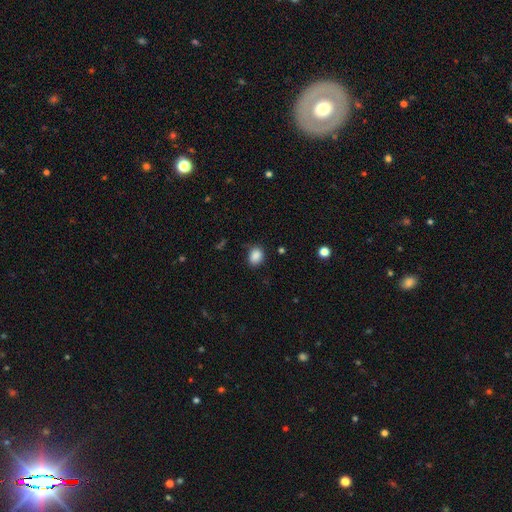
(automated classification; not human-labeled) Smooth or featured?
  - smooth: 87% *
  - star or artifact: 9%
  - featured or disk: 4%
How rounded?
  - in between: 54% *
  - round: 45%
  - cigar-shaped: 1%
Merging?
  - none: 75% *
  - minor disturbance: 19%
  - major disturbance: 5%
  - merger: 2%